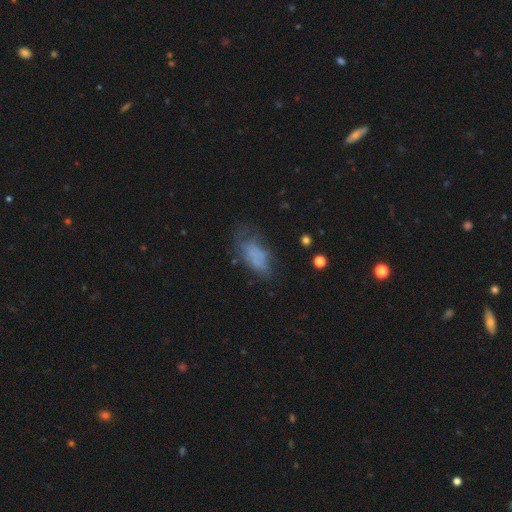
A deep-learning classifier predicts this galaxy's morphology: A smooth galaxy with no disk features (61%) that is in between round and cigar-shaped (88%).

Vote fractions:
- Smooth or featured? smooth: 61% / featured or disk: 26% / star or artifact: 13%
- How rounded? in between: 88% / cigar-shaped: 8% / round: 5%
- Merging? none: 40% / minor disturbance: 30% / major disturbance: 27% / merger: 4%